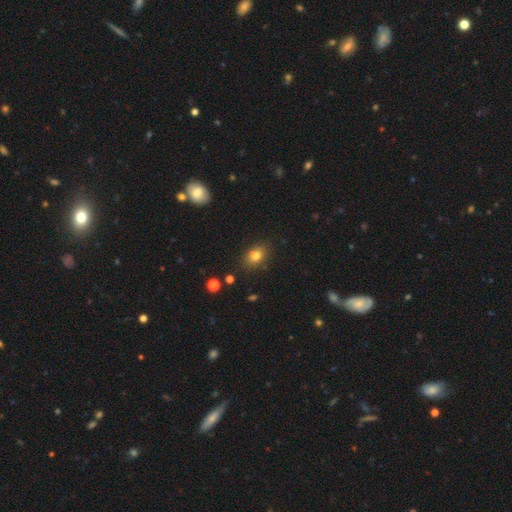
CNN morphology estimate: Smooth or featured? smooth (79%)
How rounded? in between (63%)
Merging? none (80%)